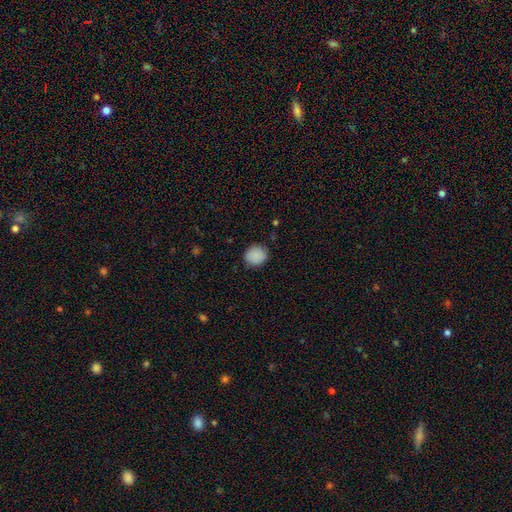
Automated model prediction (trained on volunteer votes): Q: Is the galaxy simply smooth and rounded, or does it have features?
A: smooth — 88%.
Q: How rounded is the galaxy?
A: round — 82%.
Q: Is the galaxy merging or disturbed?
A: none — 86%.